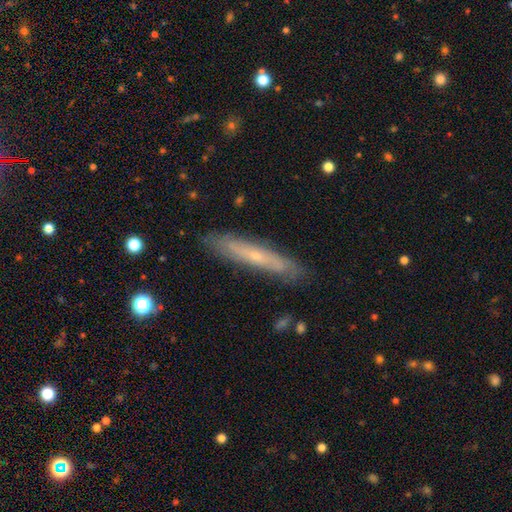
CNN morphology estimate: Q: Smooth or featured?
A: featured or disk (57%); runner-up: smooth (36%)
Q: Edge-on disk?
A: yes (71%); runner-up: no (29%)
Q: Merging?
A: none (84%); runner-up: minor disturbance (13%)